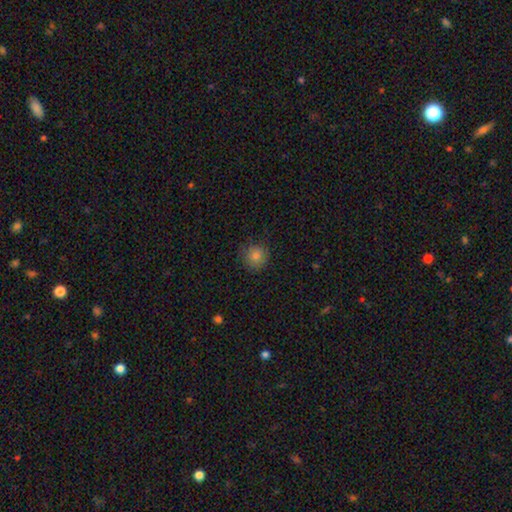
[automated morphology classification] Smooth or featured? Predicted: smooth (p=0.81). How rounded? Predicted: round (p=0.93). Merging? Predicted: none (p=0.87).